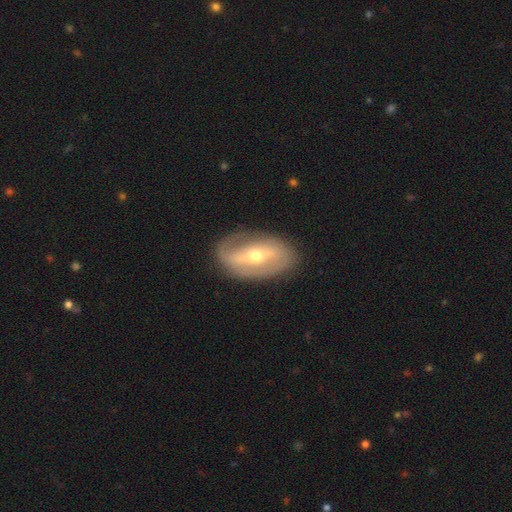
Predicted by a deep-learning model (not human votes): Q: Smooth or featured?
A: featured or disk (78%); runner-up: smooth (16%)
Q: Edge-on disk?
A: no (92%); runner-up: yes (8%)
Q: Bar?
A: strong (51%); runner-up: weak (31%)
Q: Spiral arms?
A: yes (76%); runner-up: no (24%)
Q: Spiral winding?
A: medium (37%); runner-up: loose (34%)
Q: Spiral arm count?
A: 2 (77%); runner-up: can't tell (12%)
Q: Bulge size?
A: moderate (62%); runner-up: small (33%)
Q: Merging?
A: none (79%); runner-up: minor disturbance (15%)